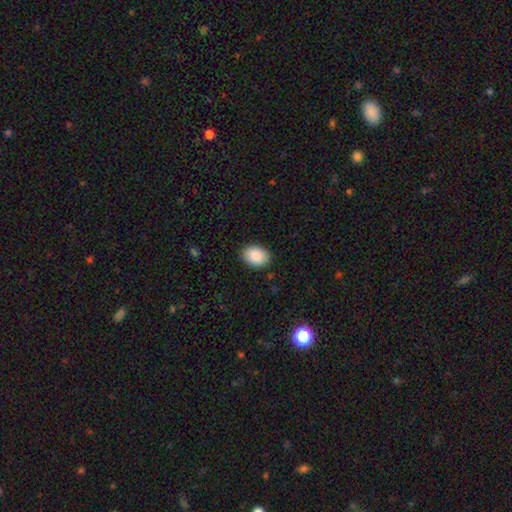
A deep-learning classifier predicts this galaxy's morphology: This is clearly a smooth galaxy (89%). How rounded: likely in between (74%). Merging: clearly none (89%).